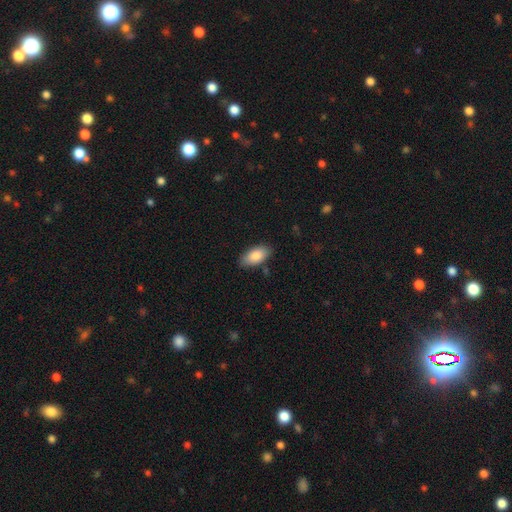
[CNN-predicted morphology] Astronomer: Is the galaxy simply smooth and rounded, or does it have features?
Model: smooth — 85%.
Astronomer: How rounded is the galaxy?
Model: in between — 92%.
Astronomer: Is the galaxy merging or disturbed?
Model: none — 83%.